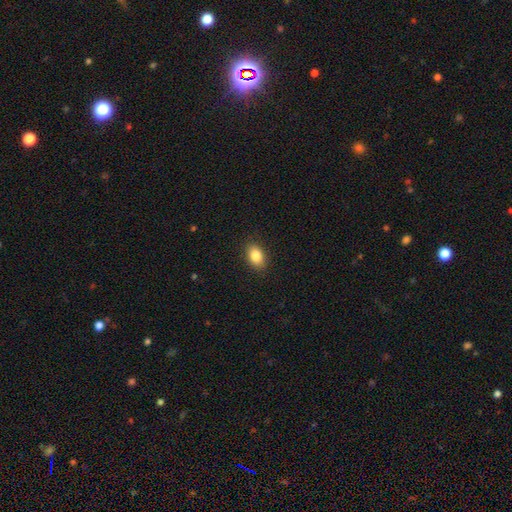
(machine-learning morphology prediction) Overall: smooth (85%). How rounded: in between (84%). Merging: none (88%).